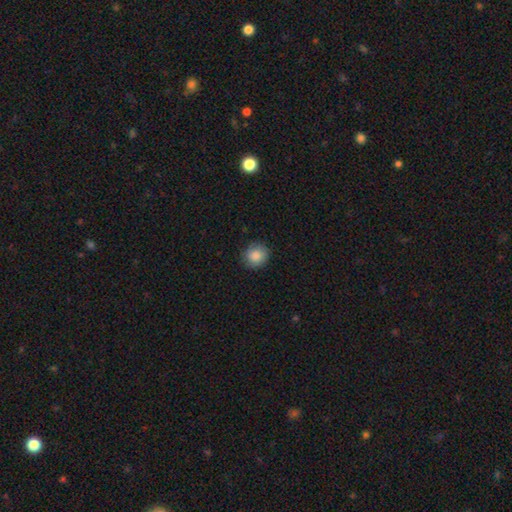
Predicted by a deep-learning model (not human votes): Smooth or featured? Predicted: smooth (p=0.87). How rounded? Predicted: round (p=0.86). Merging? Predicted: none (p=0.86).